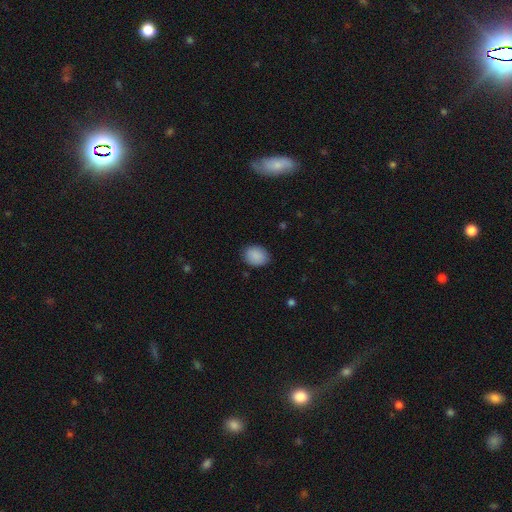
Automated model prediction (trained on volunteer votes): A smooth galaxy with no disk features (89%) that is in between round and cigar-shaped (58%).

Vote fractions:
- Smooth or featured? smooth: 89% / star or artifact: 7% / featured or disk: 3%
- How rounded? in between: 58% / round: 41% / cigar-shaped: 1%
- Merging? none: 84% / minor disturbance: 12% / major disturbance: 3% / merger: 1%